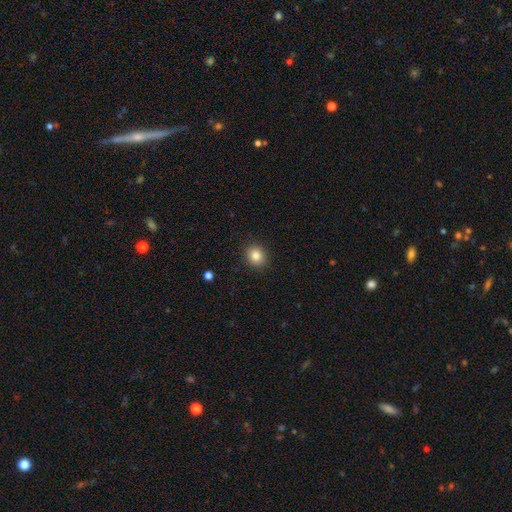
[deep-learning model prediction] Morphology: type=smooth (83%); roundness=round (78%); merging=none (91%).